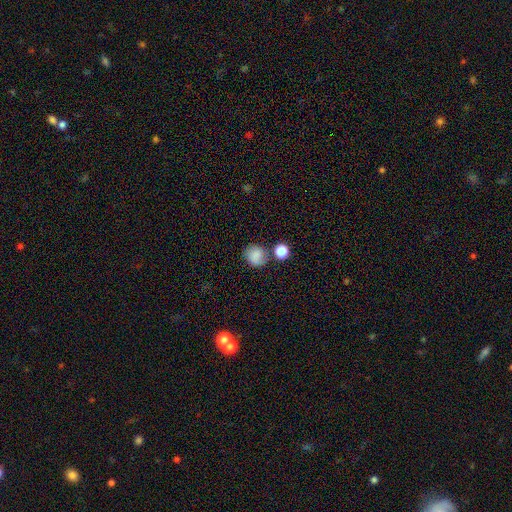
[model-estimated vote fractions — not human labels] This appears to be a smooth galaxy with no disk features (82%) that is round (83%). Merging: none (66%).